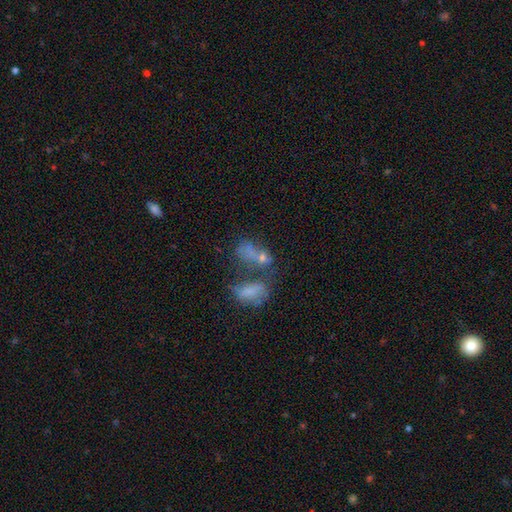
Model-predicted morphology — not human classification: type=smooth (51%); roundness=in between (77%); merging=merger (53%).